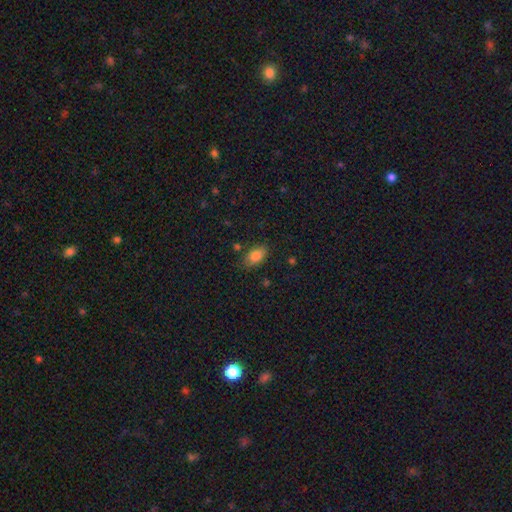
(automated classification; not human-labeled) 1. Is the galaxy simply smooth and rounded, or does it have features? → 82% smooth, 9% featured or disk, 9% star or artifact.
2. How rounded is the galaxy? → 90% in between, 7% round, 3% cigar-shaped.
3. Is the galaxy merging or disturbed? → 79% none, 15% minor disturbance, 3% major disturbance, 3% merger.